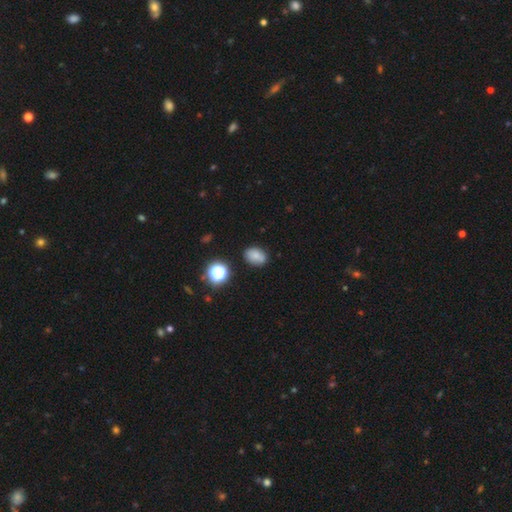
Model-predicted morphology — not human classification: Smooth or featured?
  - smooth: 76% *
  - star or artifact: 13%
  - featured or disk: 10%
How rounded?
  - in between: 74% *
  - round: 25%
  - cigar-shaped: 1%
Merging?
  - none: 78% *
  - minor disturbance: 15%
  - merger: 4%
  - major disturbance: 3%